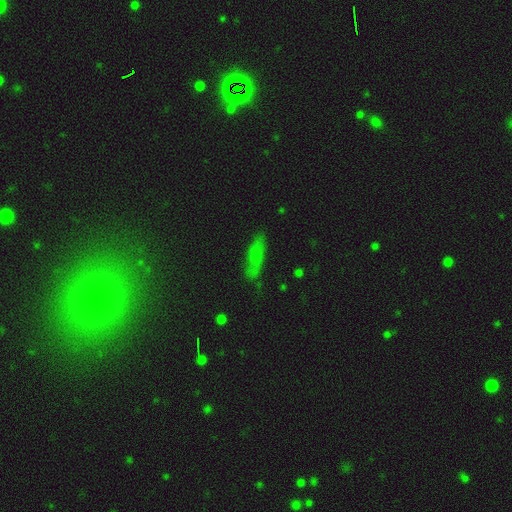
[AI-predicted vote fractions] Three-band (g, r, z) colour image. It shows a smooth galaxy with no disk features (64%) that is in between round and cigar-shaped (52%). Merging: none (75%).